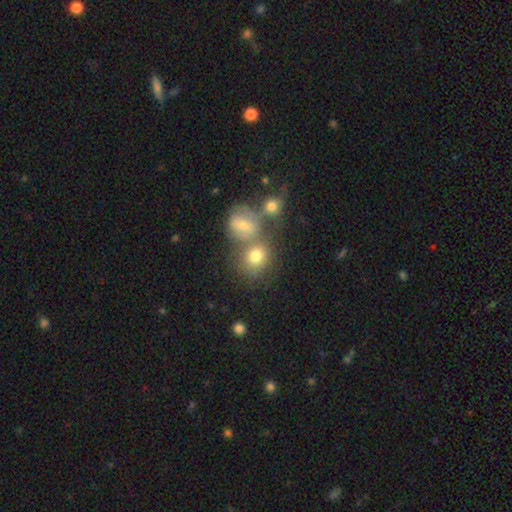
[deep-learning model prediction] smooth 74%, featured or disk 14%, star or artifact 12%. Down the decision tree: how rounded — round (73%); merging — none (44%).